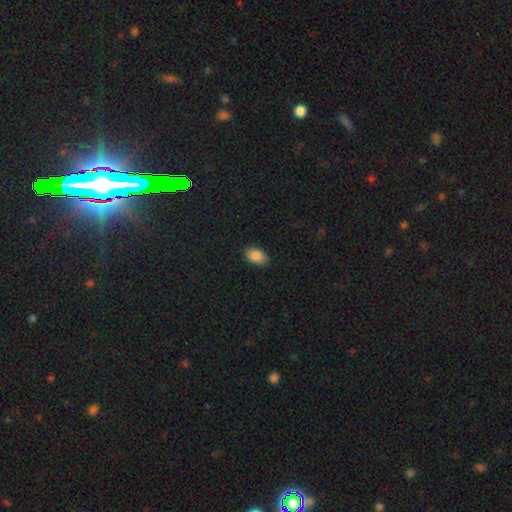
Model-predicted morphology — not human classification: type=smooth (87%); roundness=in between (93%); merging=none (87%).